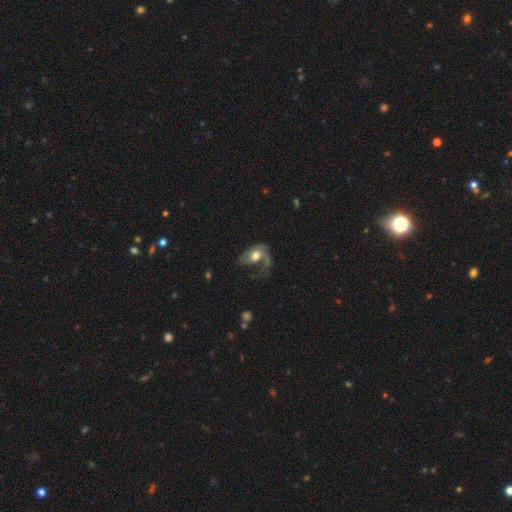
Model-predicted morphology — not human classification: smooth-or-featured: featured or disk: 62% | smooth: 31% | star or artifact: 7%
  disk-edge-on: no: 96% | yes: 4%
    bar: no: 70% | weak: 24% | strong: 7%
    has-spiral-arms: yes: 79% | no: 21%
    bulge-size: moderate: 63% | large: 23% | small: 10% | dominant: 2% | none: 2%
  merging: major disturbance: 52% | none: 26% | minor disturbance: 17% | merger: 4%